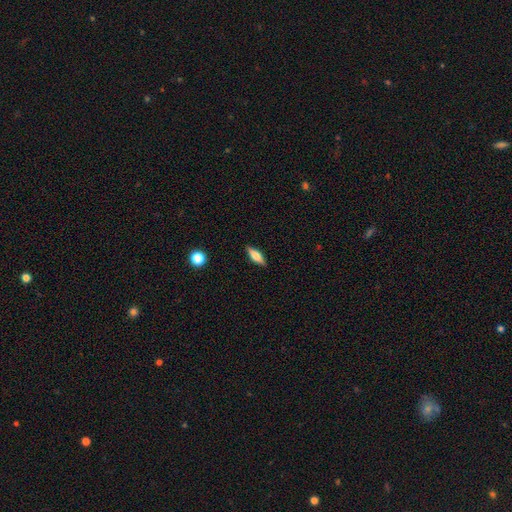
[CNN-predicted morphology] Smooth or featured? Predicted: smooth (p=0.60). How rounded? Predicted: in between (p=0.50). Merging? Predicted: none (p=0.88).